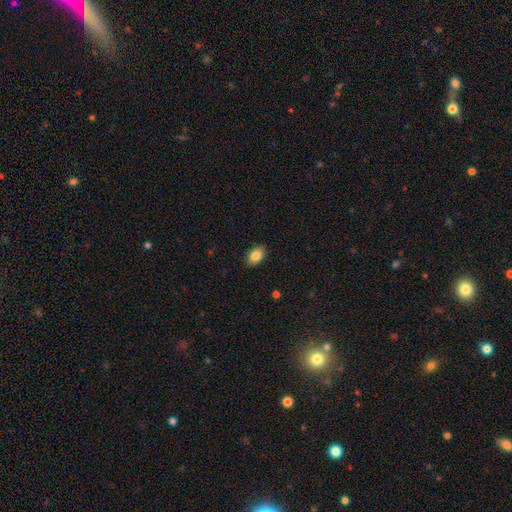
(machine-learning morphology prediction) Overall: smooth (86%). How rounded: in between (90%). Merging: none (88%).